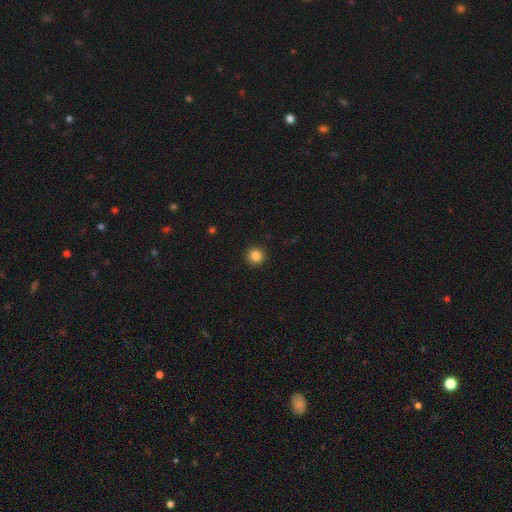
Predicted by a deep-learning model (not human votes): This appears to be a smooth galaxy with no disk features (85%) that is round (95%). Merging: none (93%).